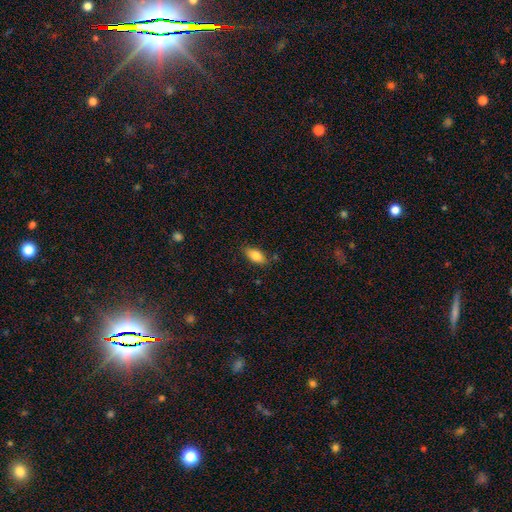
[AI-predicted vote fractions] Smooth or featured? Predicted: smooth (p=0.82). How rounded? Predicted: in between (p=0.88). Merging? Predicted: none (p=0.79).